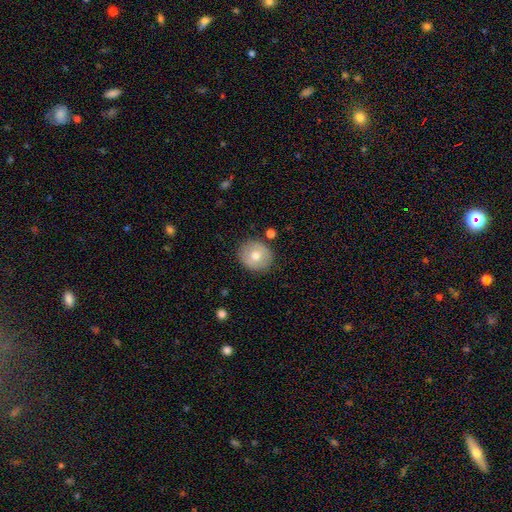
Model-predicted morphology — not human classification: A smooth galaxy with no disk features (71%) that is round (83%).

Vote fractions:
- Smooth or featured? smooth: 71% / featured or disk: 21% / star or artifact: 8%
- How rounded? round: 83% / in between: 16% / cigar-shaped: 1%
- Merging? none: 86% / minor disturbance: 9% / merger: 2% / major disturbance: 2%